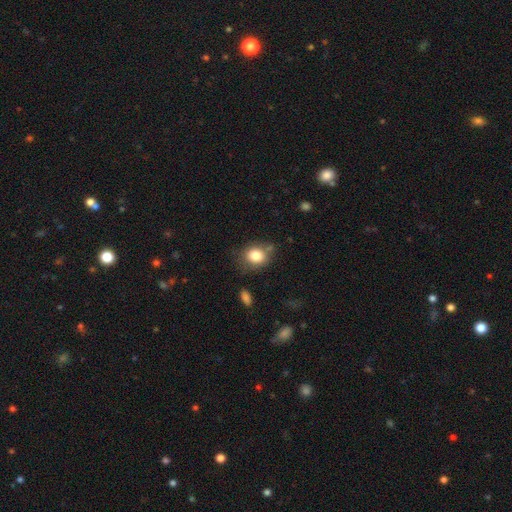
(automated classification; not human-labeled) Overall: smooth (82%). How rounded: round (63%; in between 36%). Merging: none (67%).